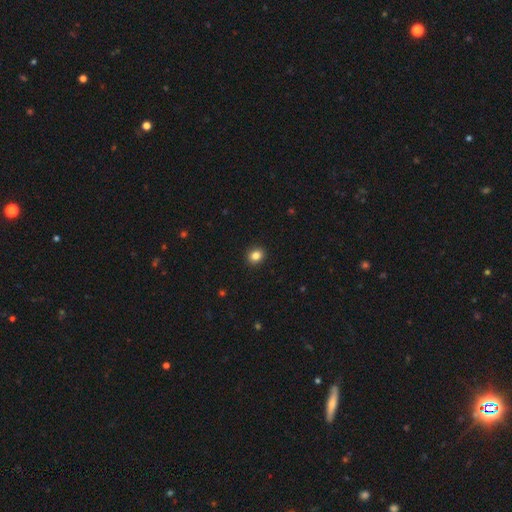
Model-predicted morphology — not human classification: smooth_or_featured: smooth (p=0.84) [alt: star or artifact p=0.11]
how_rounded: round (p=0.75) [alt: in between p=0.24]
merging: none (p=0.93) [alt: minor disturbance p=0.05]